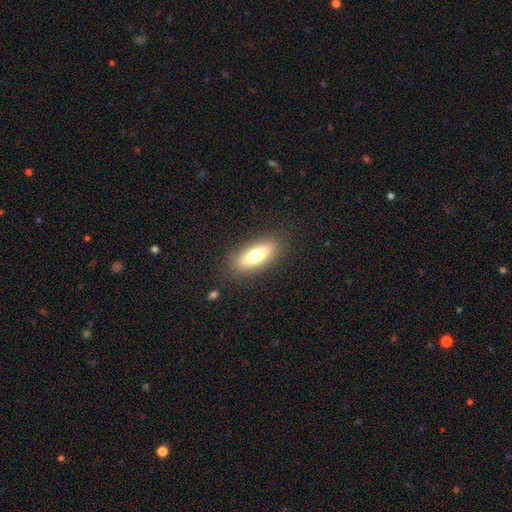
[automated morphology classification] Q: Smooth or featured?
A: smooth (70%); runner-up: featured or disk (23%)
Q: How rounded?
A: in between (65%); runner-up: cigar-shaped (32%)
Q: Merging?
A: none (86%); runner-up: minor disturbance (10%)